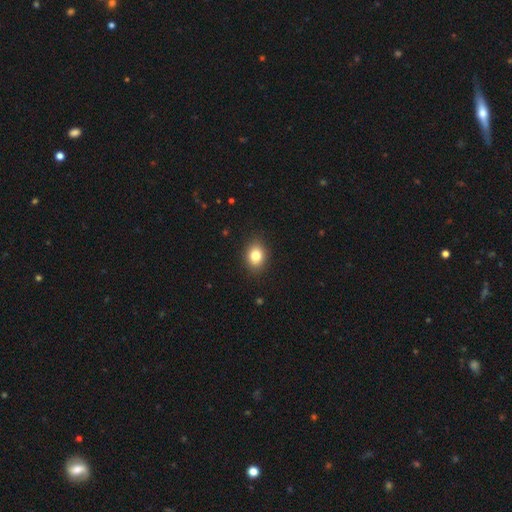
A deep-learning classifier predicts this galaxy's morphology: Q: Smooth or featured?
A: smooth (82%); runner-up: star or artifact (10%)
Q: How rounded?
A: in between (57%); runner-up: round (42%)
Q: Merging?
A: none (89%); runner-up: minor disturbance (8%)